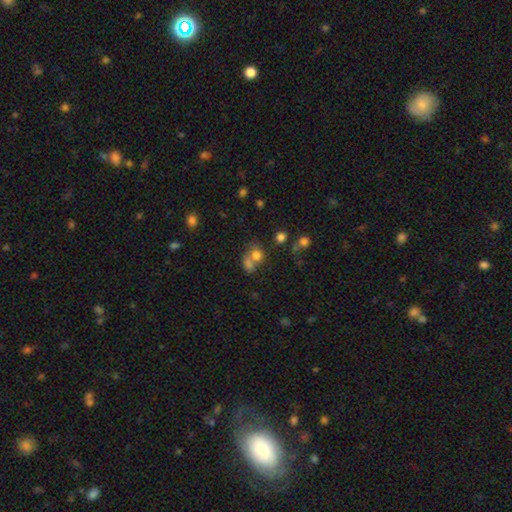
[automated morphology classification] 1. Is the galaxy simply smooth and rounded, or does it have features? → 72% smooth, 15% star or artifact, 13% featured or disk.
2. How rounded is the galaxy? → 66% round, 33% in between, 1% cigar-shaped.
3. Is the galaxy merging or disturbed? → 52% merger, 33% none, 8% minor disturbance, 6% major disturbance.